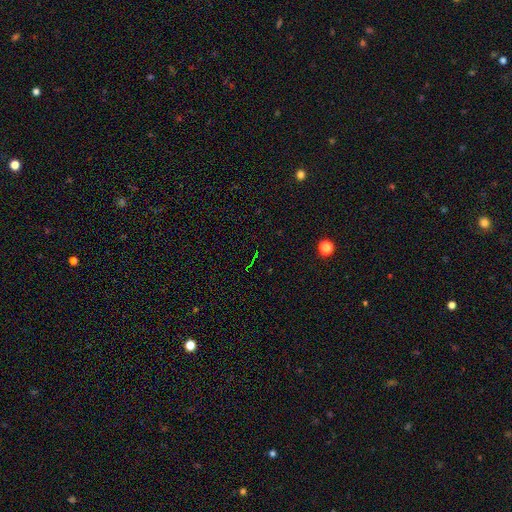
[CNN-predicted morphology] Smooth or featured? star or artifact (74%)